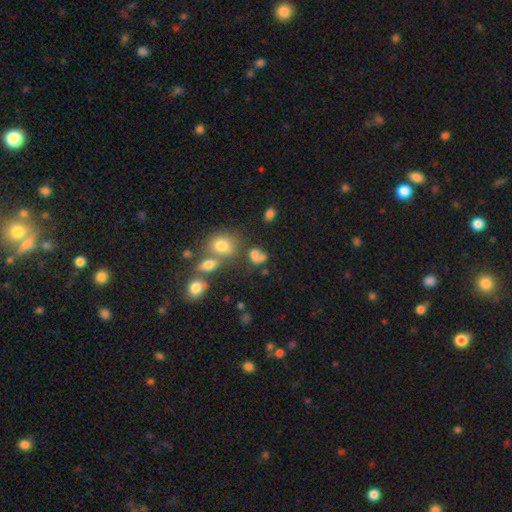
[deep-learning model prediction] This is likely a smooth galaxy (65%). How rounded: possibly round (54%). Merging: marginally none (38%).